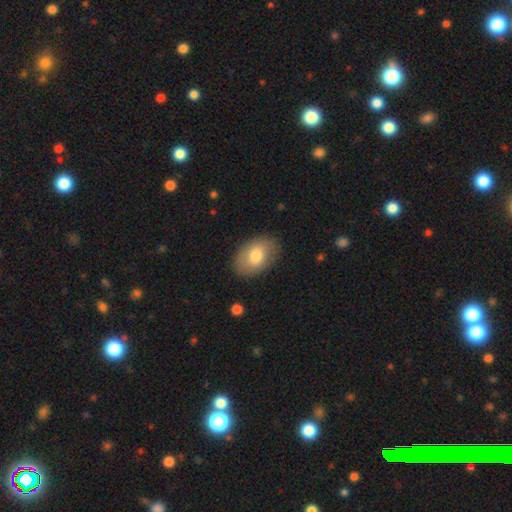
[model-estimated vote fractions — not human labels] smooth 76%, featured or disk 18%, star or artifact 6%. Down the decision tree: how rounded — in between (88%); merging — none (84%).